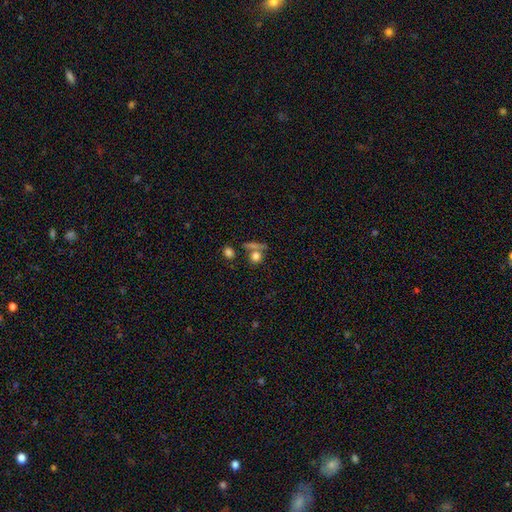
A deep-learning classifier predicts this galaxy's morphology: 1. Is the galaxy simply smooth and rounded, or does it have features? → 75% smooth, 13% star or artifact, 12% featured or disk.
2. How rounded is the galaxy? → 77% round, 19% in between, 4% cigar-shaped.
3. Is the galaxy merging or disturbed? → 54% none, 29% merger, 11% minor disturbance, 7% major disturbance.